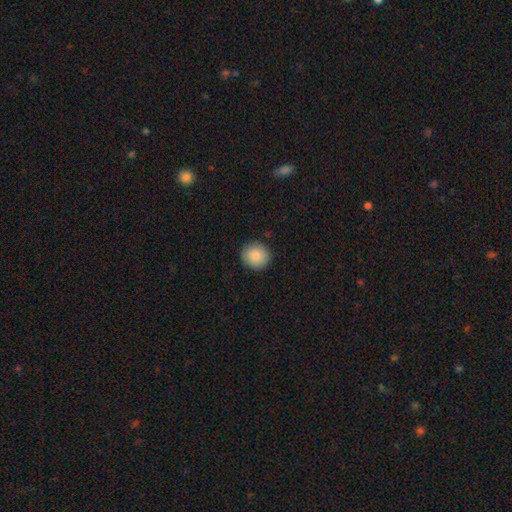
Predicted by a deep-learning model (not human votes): Smooth or featured?
  - smooth: 86% *
  - star or artifact: 8%
  - featured or disk: 6%
How rounded?
  - round: 91% *
  - in between: 8%
  - cigar-shaped: 1%
Merging?
  - none: 90% *
  - minor disturbance: 8%
  - major disturbance: 2%
  - merger: 1%